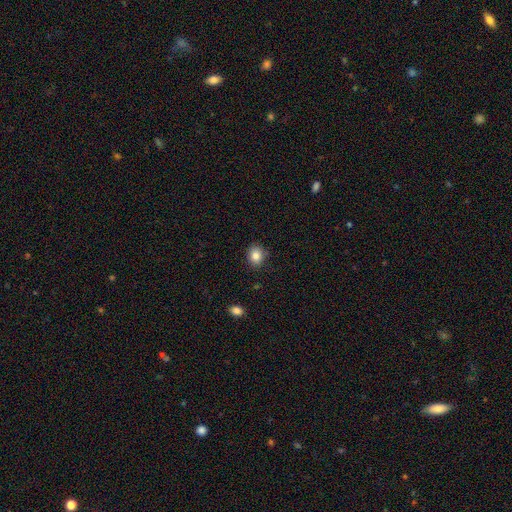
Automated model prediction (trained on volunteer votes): Q: Smooth or featured?
A: smooth (84%); runner-up: star or artifact (10%)
Q: How rounded?
A: round (56%); runner-up: in between (43%)
Q: Merging?
A: none (86%); runner-up: minor disturbance (10%)